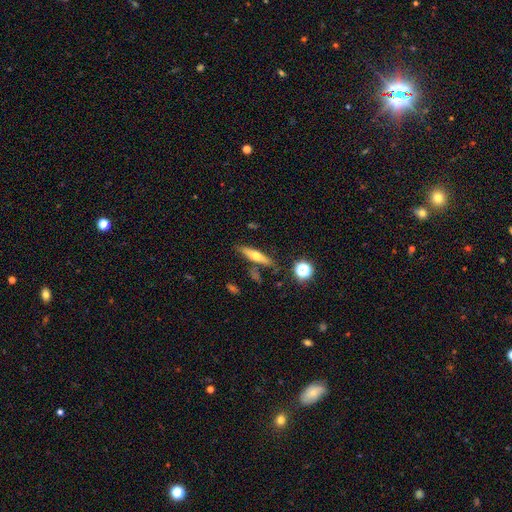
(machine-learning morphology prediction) smooth_or_featured: smooth (p=0.46) [alt: featured or disk p=0.45]
merging: none (p=0.79) [alt: minor disturbance p=0.12]